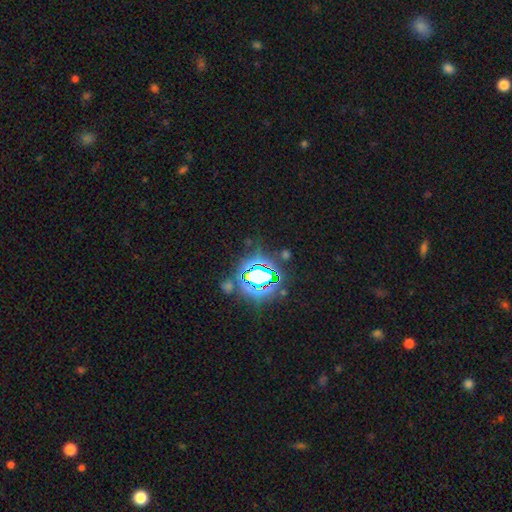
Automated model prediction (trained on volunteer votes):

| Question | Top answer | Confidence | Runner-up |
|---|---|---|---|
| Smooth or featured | star or artifact | 82% | smooth (12%) |